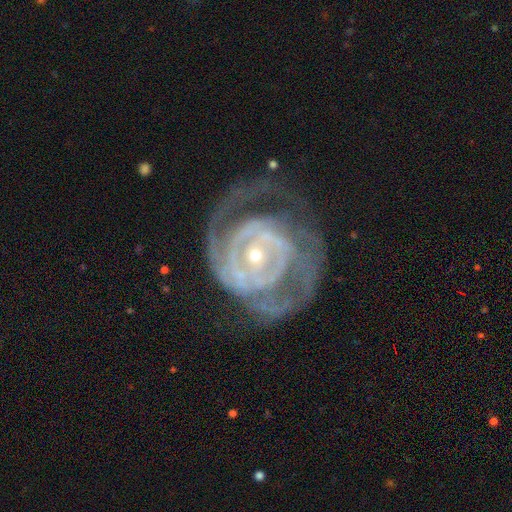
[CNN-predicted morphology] This is clearly a featured or disk galaxy (88%). It is clearly not viewed edge-on (97%). Bar: possibly no (58%). Spiral arm pattern: clearly yes (90%). Spiral arm count: marginally 2 (38%). Spiral winding: likely tight (63%). Central bulge: likely small (75%). Merging: possibly none (52%).